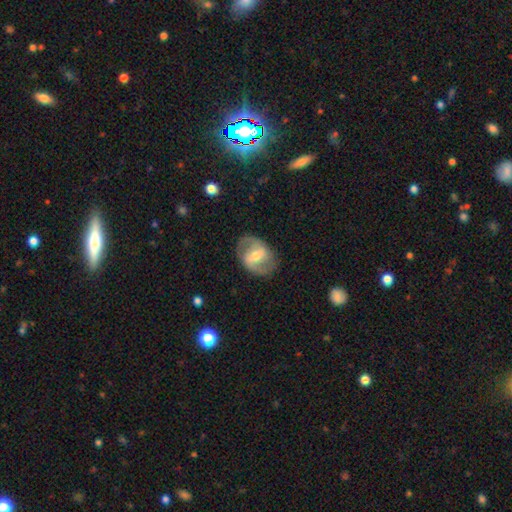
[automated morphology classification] The model was most divided on "bar": weak: 46%, strong: 36%, no: 18%. Remaining: edge-on disk — no (96%); spiral arm count — 2 (87%); merging — none (81%); spiral arms — yes (77%); smooth or featured — featured or disk (71%); bulge size — moderate (61%); spiral winding — medium (48%).